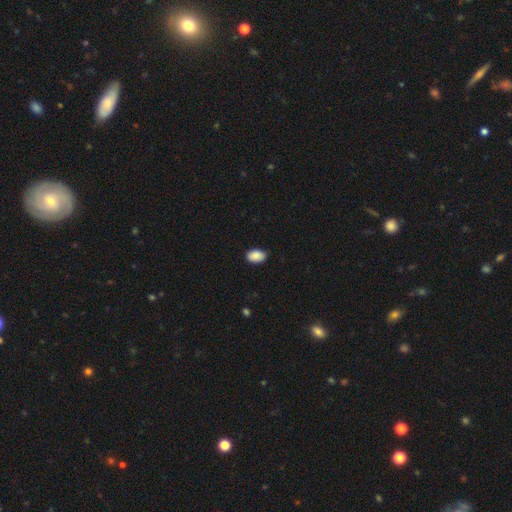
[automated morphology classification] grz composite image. It shows a smooth galaxy with no disk features (89%) that is in between round and cigar-shaped (89%). Merging: none (84%).